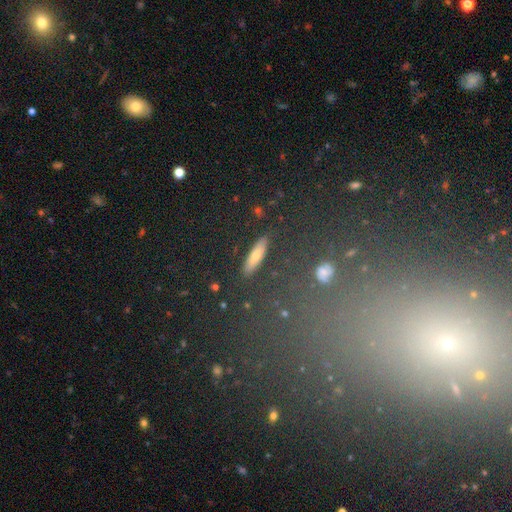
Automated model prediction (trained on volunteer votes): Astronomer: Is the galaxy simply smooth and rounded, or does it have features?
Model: smooth — 64%.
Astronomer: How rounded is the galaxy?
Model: cigar-shaped — 59% (runner-up: in between, 35%).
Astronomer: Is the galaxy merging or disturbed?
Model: none — 86%.